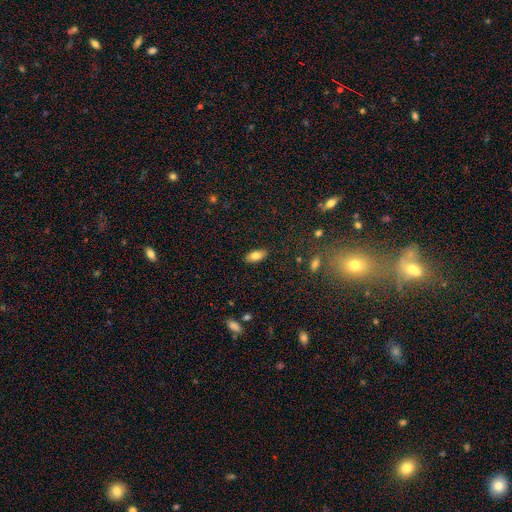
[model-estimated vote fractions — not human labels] Smooth or featured: smooth — 80% (featured or disk — 12%)
How rounded: in between — 88% (cigar-shaped — 9%)
Merging: none — 87% (minor disturbance — 9%)